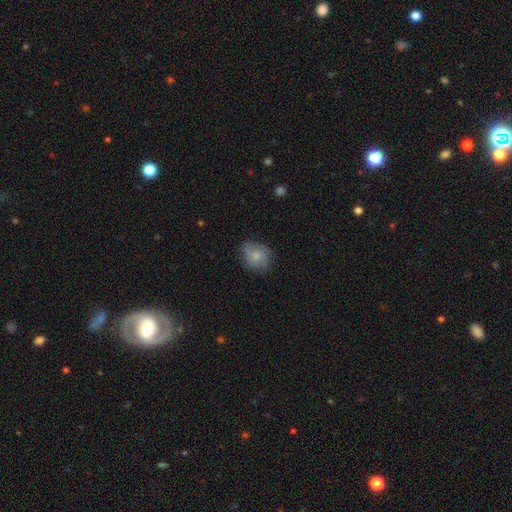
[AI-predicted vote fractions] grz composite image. It shows a smooth galaxy with no disk features (64%) that is round (66%). Merging: none (67%).